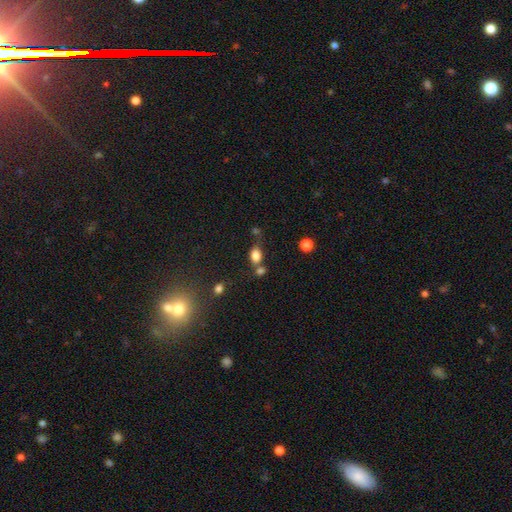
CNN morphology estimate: Smooth or featured? Predicted: smooth (p=0.81). How rounded? Predicted: in between (p=0.78). Merging? Predicted: none (p=0.50).